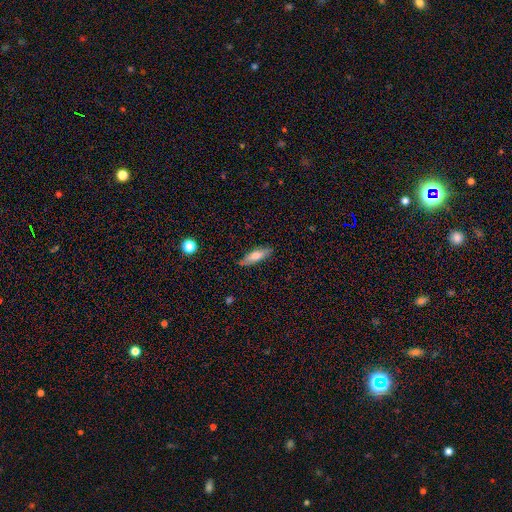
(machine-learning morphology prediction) smooth-or-featured: smooth: 66% | featured or disk: 27% | star or artifact: 7%
  how-rounded: cigar-shaped: 52% | in between: 46% | round: 2%
  merging: none: 82% | minor disturbance: 14% | major disturbance: 2% | merger: 1%